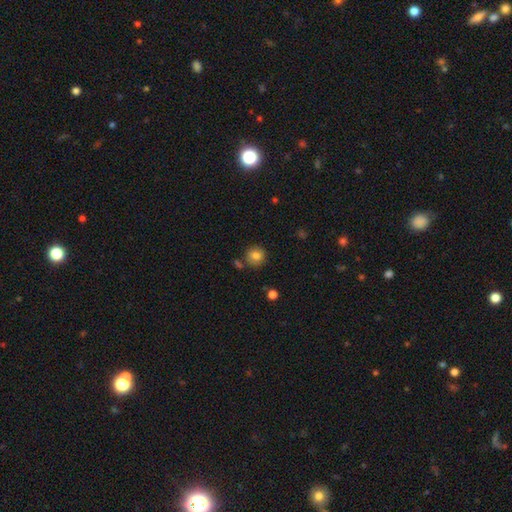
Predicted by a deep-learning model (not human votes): Smooth or featured?
  - smooth: 81% *
  - star or artifact: 11%
  - featured or disk: 8%
How rounded?
  - round: 88% *
  - in between: 11%
  - cigar-shaped: 1%
Merging?
  - none: 78% *
  - minor disturbance: 11%
  - merger: 8%
  - major disturbance: 3%